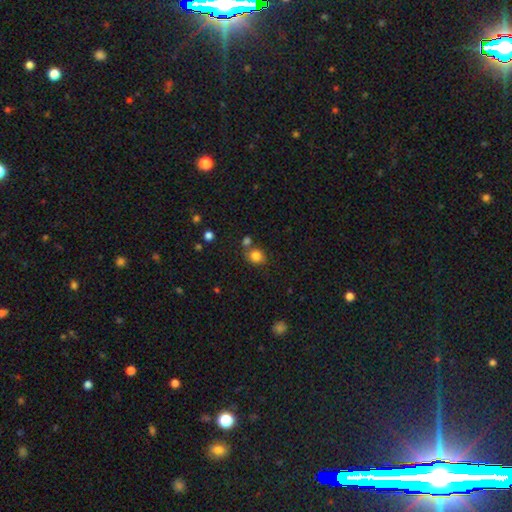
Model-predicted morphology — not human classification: This is clearly a smooth galaxy (82%). How rounded: likely round (70%). Merging: likely none (65%).